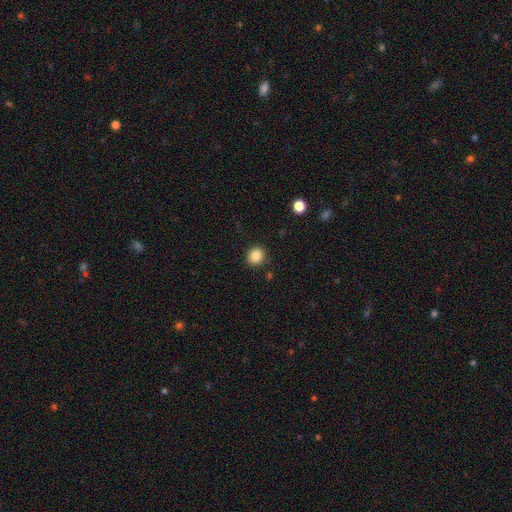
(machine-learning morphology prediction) Overall: smooth (85%). How rounded: round (84%). Merging: none (89%).